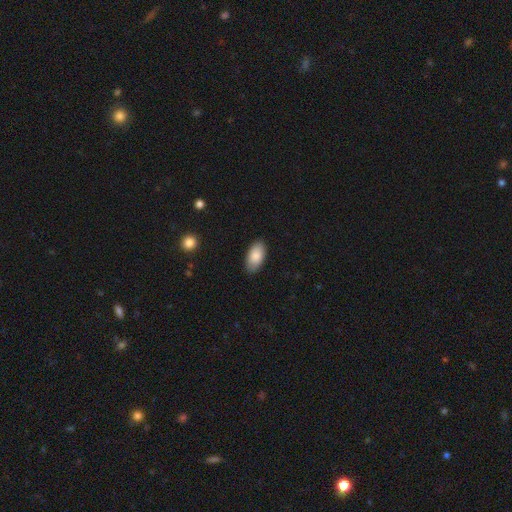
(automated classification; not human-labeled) Smooth or featured? smooth (87%)
How rounded? in between (95%)
Merging? none (84%)